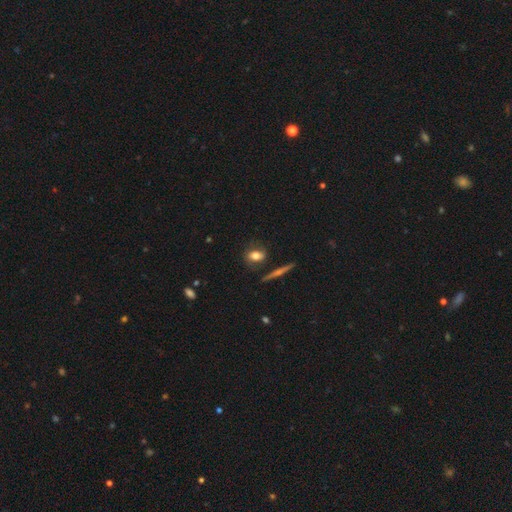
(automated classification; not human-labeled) The model was most divided on "how rounded": in between: 62%, round: 30%, cigar-shaped: 8%. More confident: merging — none (73%); smooth or featured — smooth (71%).